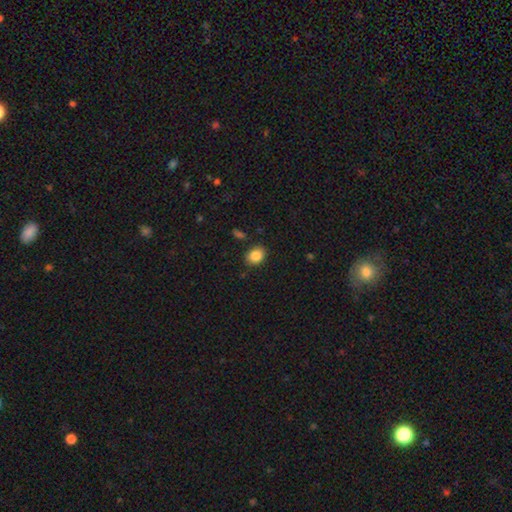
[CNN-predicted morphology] Smooth or featured: smooth — 86% (star or artifact — 9%)
How rounded: in between — 58% (round — 41%)
Merging: none — 85% (minor disturbance — 10%)